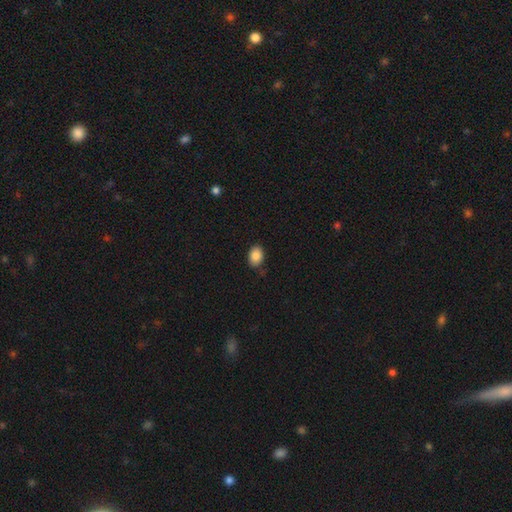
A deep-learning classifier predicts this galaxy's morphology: Smooth or featured? Predicted: smooth (p=0.87). How rounded? Predicted: in between (p=0.79). Merging? Predicted: none (p=0.81).